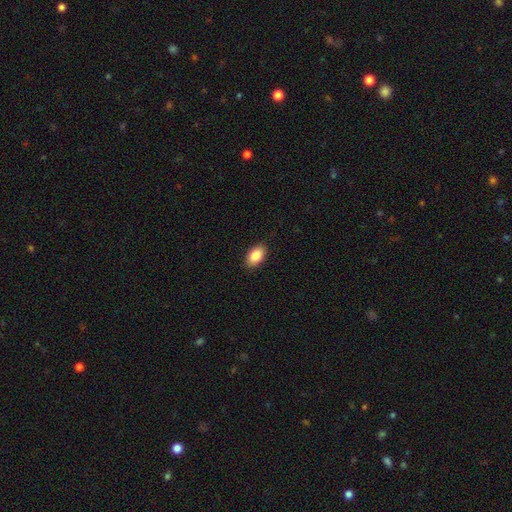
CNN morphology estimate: type=smooth (87%); roundness=in between (91%); merging=none (88%).